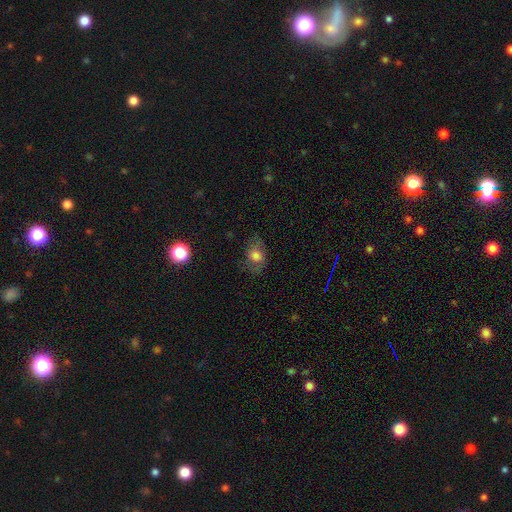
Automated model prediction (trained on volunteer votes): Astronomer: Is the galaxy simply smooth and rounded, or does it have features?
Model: smooth — 66%.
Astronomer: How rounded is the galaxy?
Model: in between — 58% (runner-up: round, 40%).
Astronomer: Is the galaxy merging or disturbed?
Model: none — 66%.